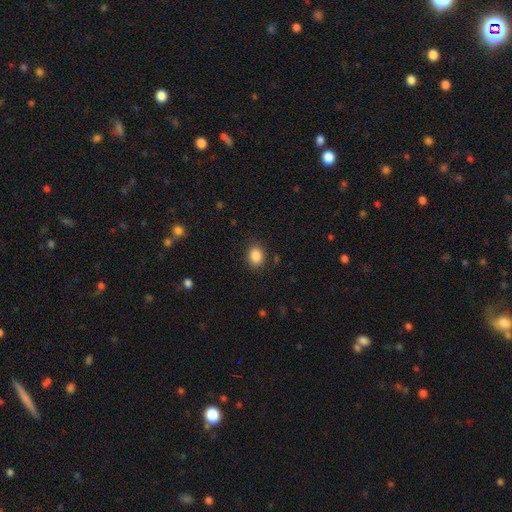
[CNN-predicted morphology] smooth_or_featured: smooth (p=0.87) [alt: star or artifact p=0.09]
how_rounded: in between (p=0.59) [alt: round p=0.40]
merging: none (p=0.86) [alt: minor disturbance p=0.10]